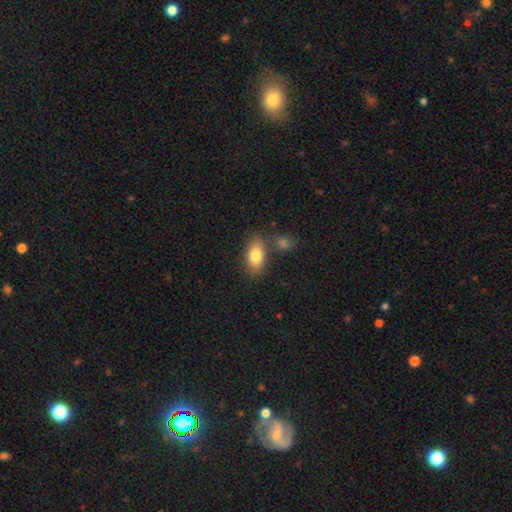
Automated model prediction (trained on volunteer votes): Morphology: type=smooth (82%); roundness=in between (90%); merging=none (68%).